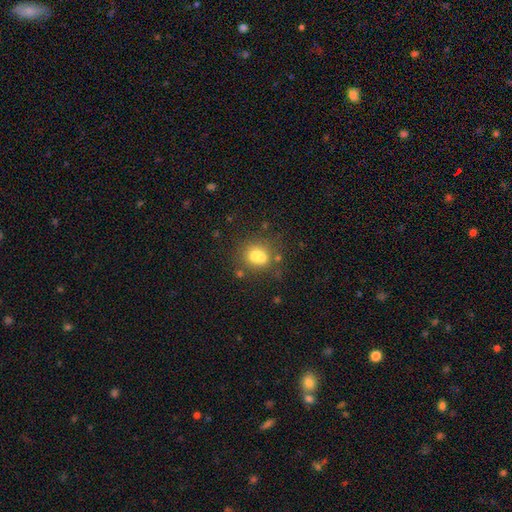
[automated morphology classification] smooth_or_featured: smooth (p=0.70) [alt: featured or disk p=0.17]
how_rounded: round (p=0.63) [alt: in between p=0.36]
merging: none (p=0.44) [alt: merger p=0.37]